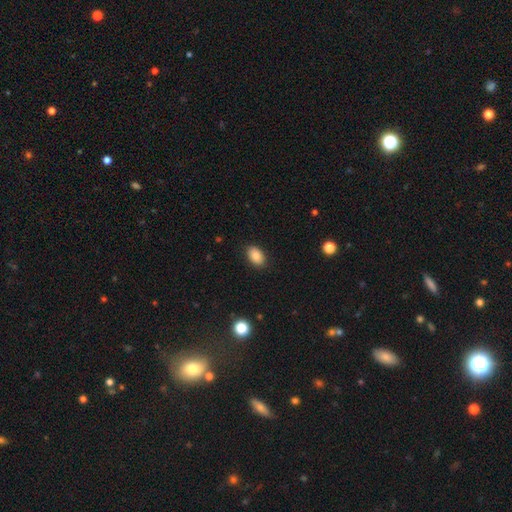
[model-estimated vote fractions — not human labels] This is clearly a smooth galaxy (85%). How rounded: clearly in between (89%). Merging: clearly none (87%).